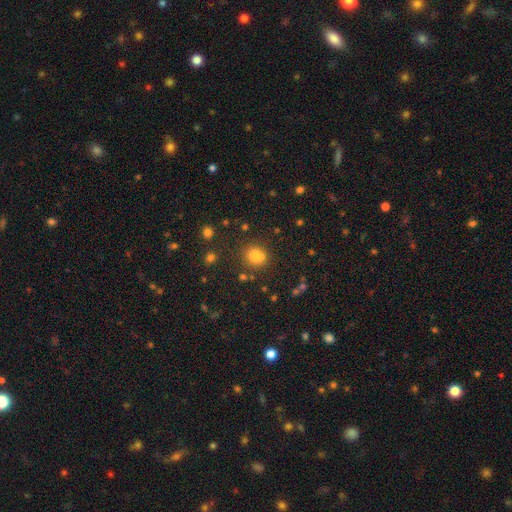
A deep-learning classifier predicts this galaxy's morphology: Smooth or featured? Predicted: smooth (p=0.72). How rounded? Predicted: round (p=0.67). Merging? Predicted: none (p=0.62).